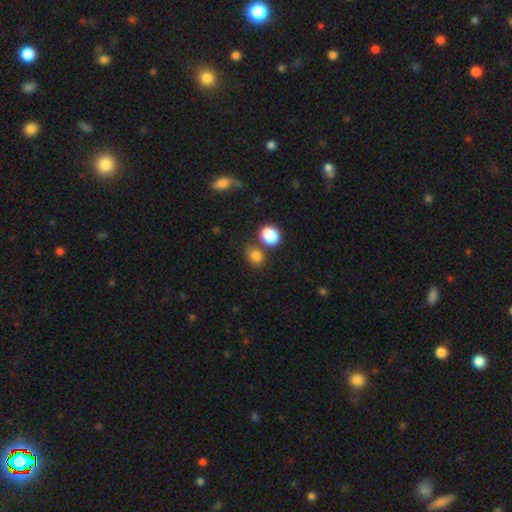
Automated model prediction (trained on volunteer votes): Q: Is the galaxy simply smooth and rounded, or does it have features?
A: smooth — 82%.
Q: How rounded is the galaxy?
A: round — 59%.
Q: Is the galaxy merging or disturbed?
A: none — 60%.